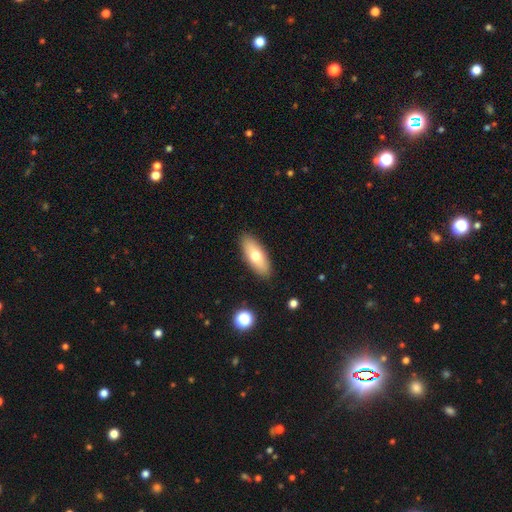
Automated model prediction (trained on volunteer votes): A smooth galaxy with no disk features (69%) that is in between round and cigar-shaped (76%). Merging: none (88%).